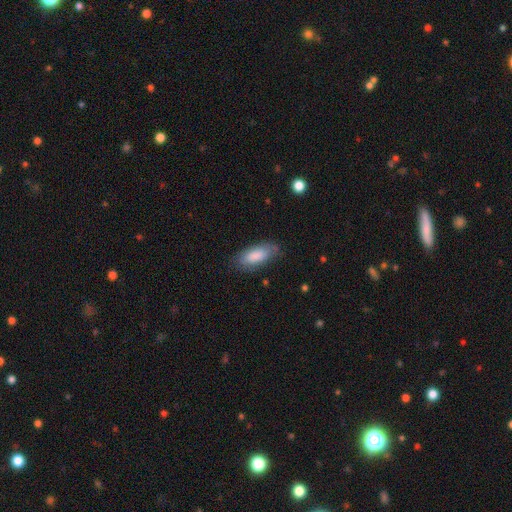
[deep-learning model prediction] Smooth or featured: smooth — 84% (featured or disk — 10%)
How rounded: in between — 79% (cigar-shaped — 19%)
Merging: none — 77% (minor disturbance — 17%)